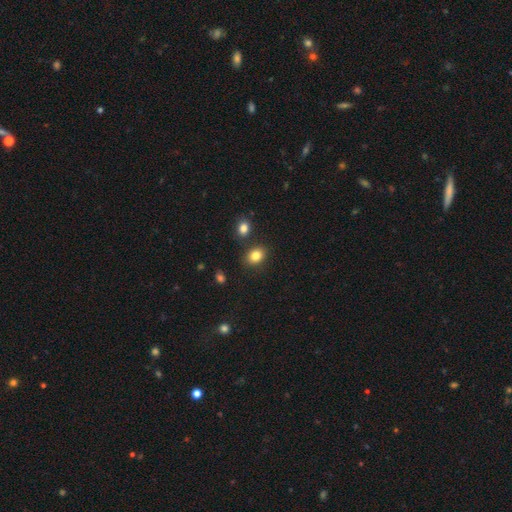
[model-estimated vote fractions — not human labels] A smooth galaxy with no disk features (83%) that is in between round and cigar-shaped (59%).

Vote fractions:
- Smooth or featured? smooth: 83% / star or artifact: 10% / featured or disk: 7%
- How rounded? in between: 59% / round: 40% / cigar-shaped: 1%
- Merging? none: 81% / minor disturbance: 10% / merger: 7% / major disturbance: 3%